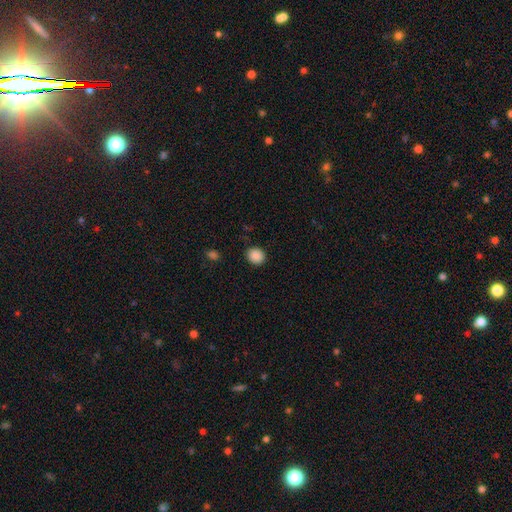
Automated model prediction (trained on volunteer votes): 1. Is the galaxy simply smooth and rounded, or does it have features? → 89% smooth, 9% star or artifact, 2% featured or disk.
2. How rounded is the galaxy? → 75% round, 24% in between, 1% cigar-shaped.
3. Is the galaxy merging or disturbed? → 89% none, 7% minor disturbance, 2% major disturbance, 1% merger.